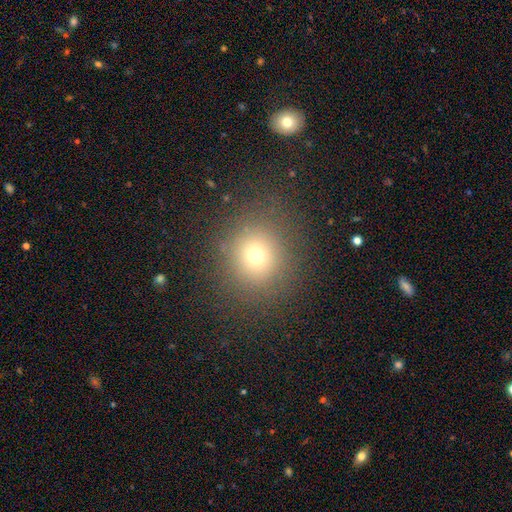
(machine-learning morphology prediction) Overall: smooth (69%). How rounded: round (88%). Merging: none (86%).